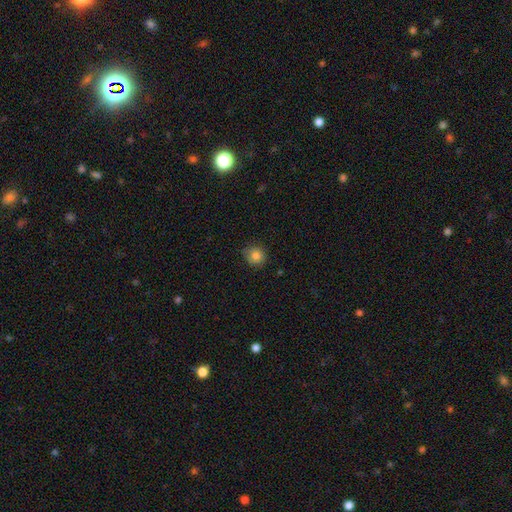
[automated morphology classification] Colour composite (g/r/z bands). It shows a smooth galaxy with no disk features (83%) that is round (90%). Merging: none (85%).